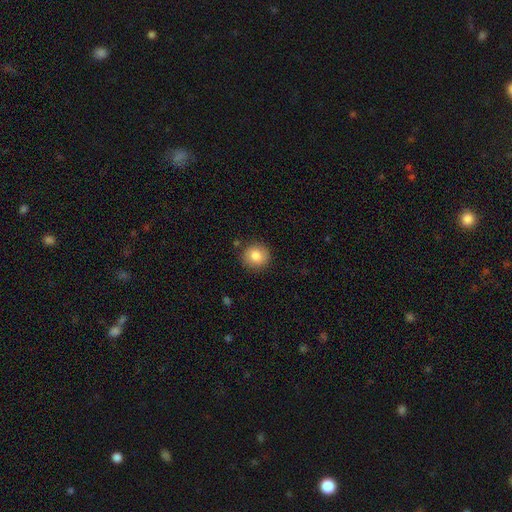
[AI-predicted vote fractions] Morphology: type=smooth (83%); roundness=round (90%); merging=none (88%).